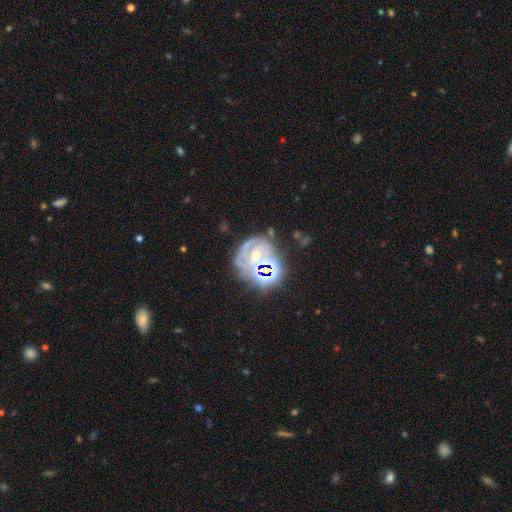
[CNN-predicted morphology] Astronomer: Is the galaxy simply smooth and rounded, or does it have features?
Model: featured or disk — 63%.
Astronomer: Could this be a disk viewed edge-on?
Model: no — 97%.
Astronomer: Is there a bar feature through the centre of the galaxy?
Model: no — 56%.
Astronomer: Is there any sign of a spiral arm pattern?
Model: yes — 87%.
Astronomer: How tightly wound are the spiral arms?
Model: tight — 60%.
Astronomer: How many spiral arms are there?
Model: can't tell — 29% (runner-up: 3, 26%).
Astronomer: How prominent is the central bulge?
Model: small — 53% (runner-up: moderate, 39%).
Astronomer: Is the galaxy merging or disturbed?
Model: none — 52%.